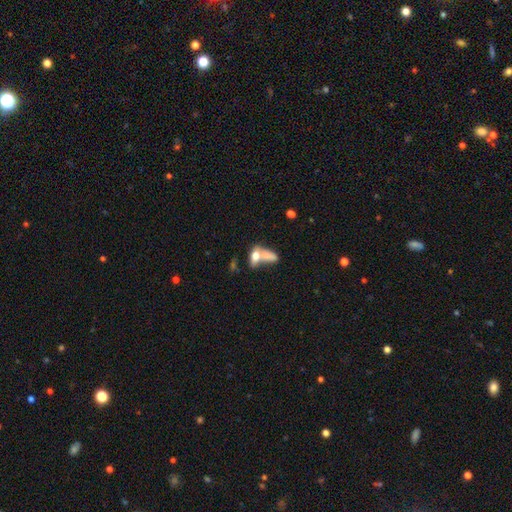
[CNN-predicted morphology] smooth-or-featured: smooth: 68% | featured or disk: 23% | star or artifact: 9%
  how-rounded: in between: 71% | cigar-shaped: 16% | round: 13%
  merging: merger: 58% | none: 22% | major disturbance: 11% | minor disturbance: 9%